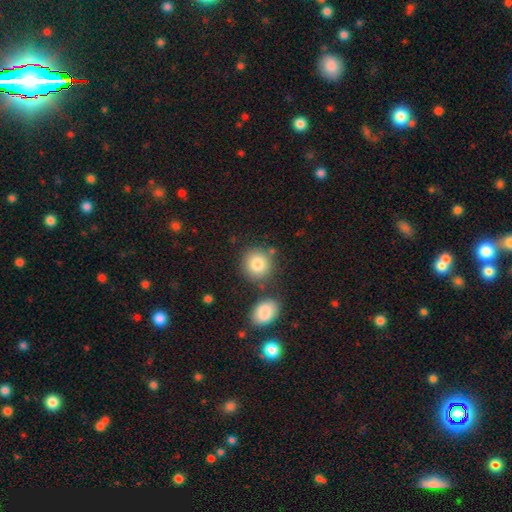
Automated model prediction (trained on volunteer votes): Q: Smooth or featured?
A: smooth (81%); runner-up: star or artifact (11%)
Q: How rounded?
A: round (89%); runner-up: in between (10%)
Q: Merging?
A: none (80%); runner-up: merger (9%)